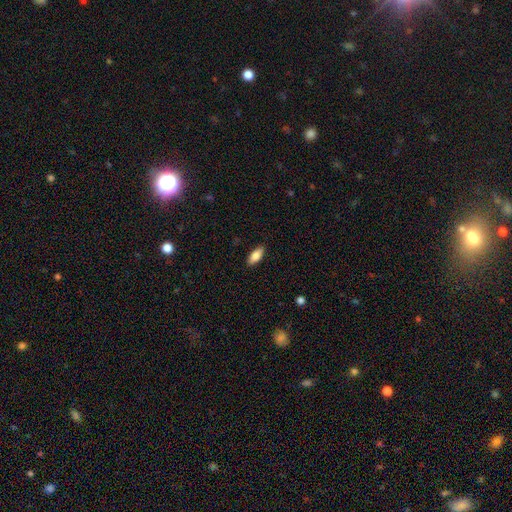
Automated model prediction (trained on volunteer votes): Smooth or featured? Predicted: smooth (p=0.83). How rounded? Predicted: in between (p=0.83). Merging? Predicted: none (p=0.89).